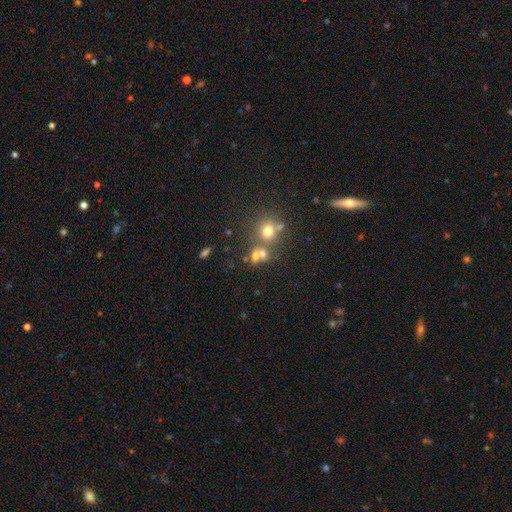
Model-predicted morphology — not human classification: type=smooth (64%); roundness=round (73%); merging=none (45%).